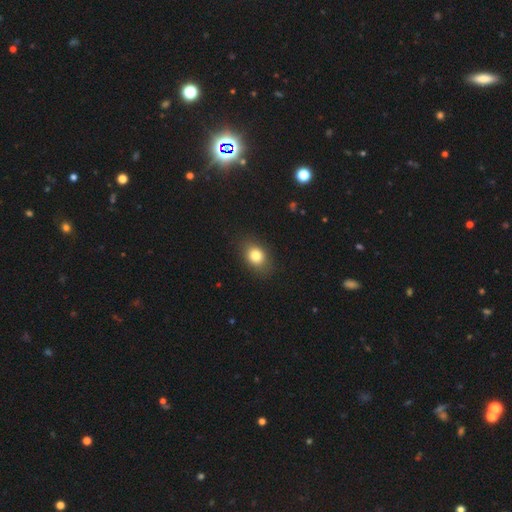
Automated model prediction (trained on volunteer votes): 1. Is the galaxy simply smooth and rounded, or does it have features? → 81% smooth, 10% star or artifact, 9% featured or disk.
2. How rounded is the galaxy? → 66% in between, 33% round, 1% cigar-shaped.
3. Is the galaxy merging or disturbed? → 85% none, 11% minor disturbance, 3% major disturbance, 1% merger.